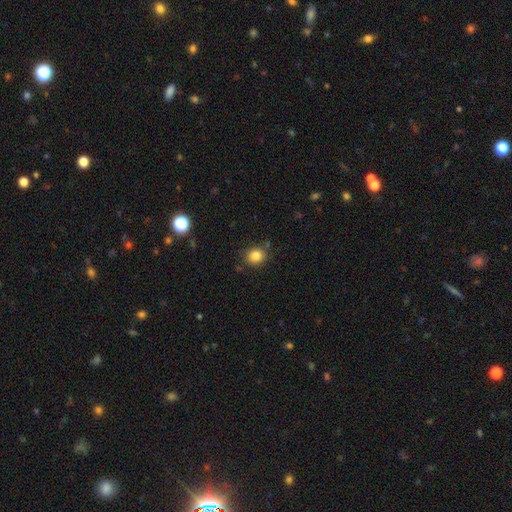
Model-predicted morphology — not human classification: A smooth galaxy with no disk features (84%) that is round (76%). Merging: none (82%).